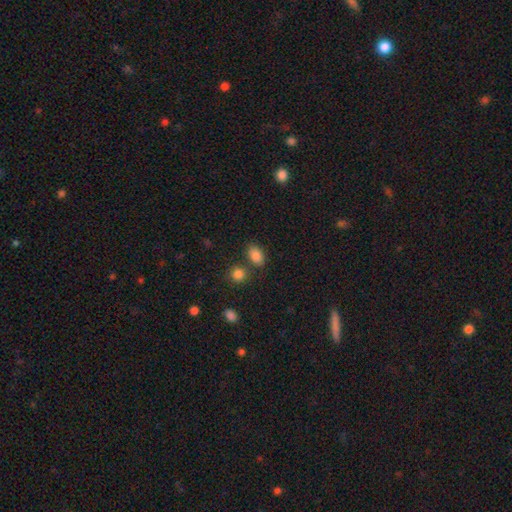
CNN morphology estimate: smooth 85%, star or artifact 10%, featured or disk 5%. Down the decision tree: how rounded — in between (83%); merging — none (71%).